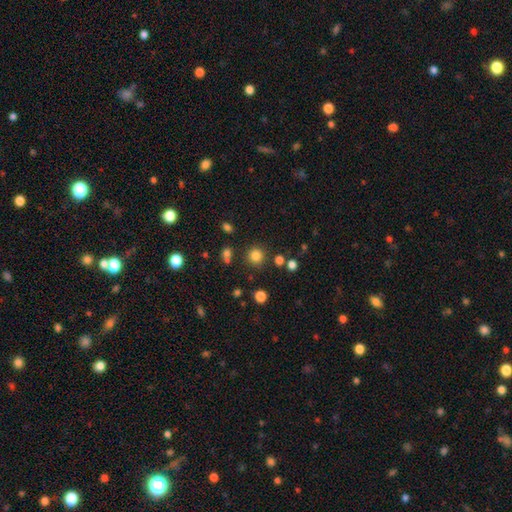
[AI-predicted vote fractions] Morphology: type=smooth (81%); roundness=round (93%); merging=none (84%).